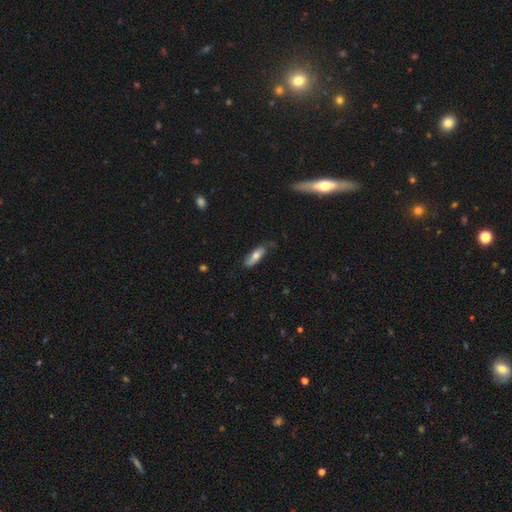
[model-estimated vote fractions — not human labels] smooth_or_featured: smooth (p=0.67) [alt: featured or disk p=0.27]
how_rounded: in between (p=0.58) [alt: cigar-shaped p=0.40]
merging: none (p=0.65) [alt: minor disturbance p=0.26]